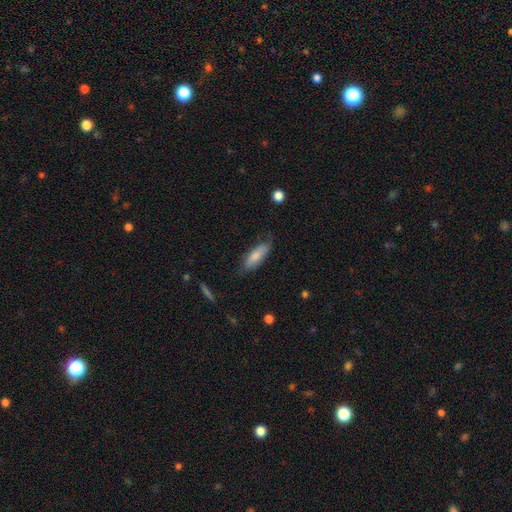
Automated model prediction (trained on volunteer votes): smooth 76%, featured or disk 18%, star or artifact 6%. Down the decision tree: how rounded — in between (59%); merging — none (66%).